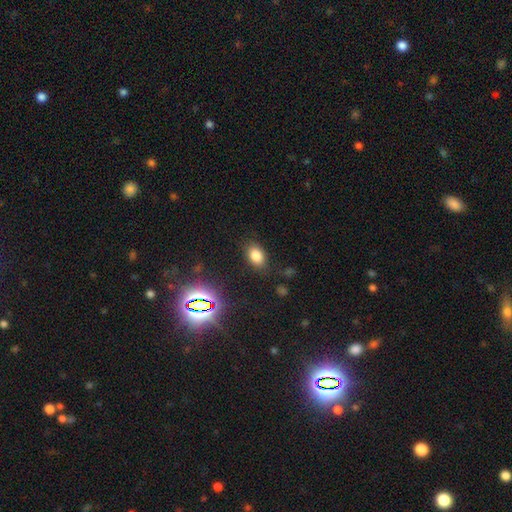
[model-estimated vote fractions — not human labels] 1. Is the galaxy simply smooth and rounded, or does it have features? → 78% smooth, 15% star or artifact, 8% featured or disk.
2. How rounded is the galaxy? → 81% in between, 17% round, 1% cigar-shaped.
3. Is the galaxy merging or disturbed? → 82% none, 12% minor disturbance, 4% major disturbance, 2% merger.